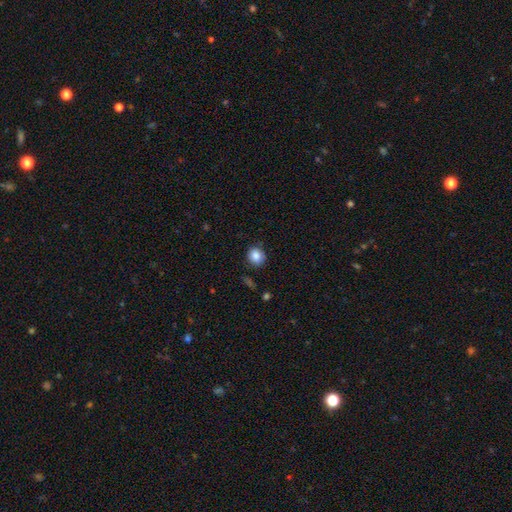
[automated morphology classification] Q: Smooth or featured?
A: smooth (85%); runner-up: star or artifact (9%)
Q: How rounded?
A: round (82%); runner-up: in between (17%)
Q: Merging?
A: none (81%); runner-up: minor disturbance (14%)